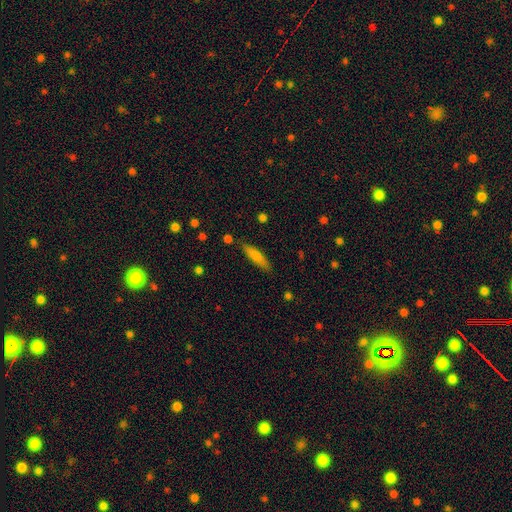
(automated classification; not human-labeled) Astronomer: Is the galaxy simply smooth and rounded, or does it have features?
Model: smooth — 76%.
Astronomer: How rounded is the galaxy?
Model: cigar-shaped — 72%.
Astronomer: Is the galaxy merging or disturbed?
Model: none — 83%.